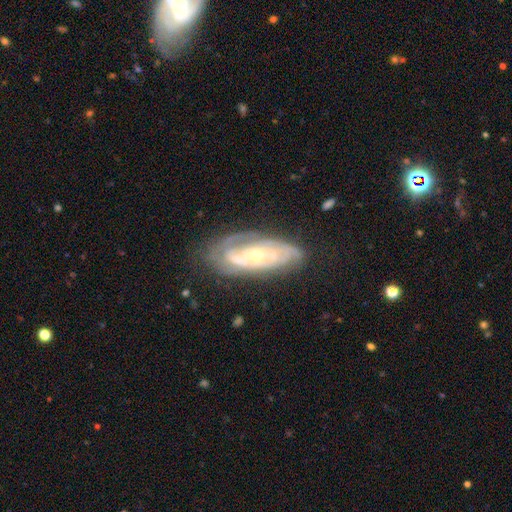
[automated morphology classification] Smooth or featured? Predicted: featured or disk (p=0.82). Edge-on disk? Predicted: no (p=0.90). Bar? Predicted: no (p=0.65). Spiral arms? Predicted: yes (p=0.89). Spiral winding? Predicted: tight (p=0.67). Spiral arm count? Predicted: can't tell (p=0.40). Bulge size? Predicted: small (p=0.54). Merging? Predicted: none (p=0.71).